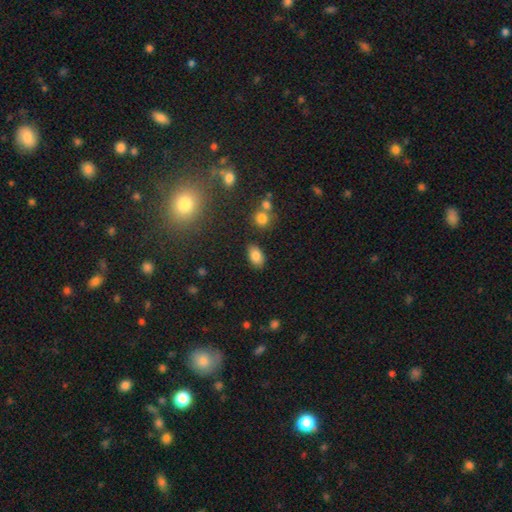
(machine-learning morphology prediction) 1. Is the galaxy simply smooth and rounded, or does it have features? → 82% smooth, 10% star or artifact, 8% featured or disk.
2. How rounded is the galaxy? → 88% in between, 10% round, 2% cigar-shaped.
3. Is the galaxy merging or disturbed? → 83% none, 10% minor disturbance, 3% merger, 3% major disturbance.